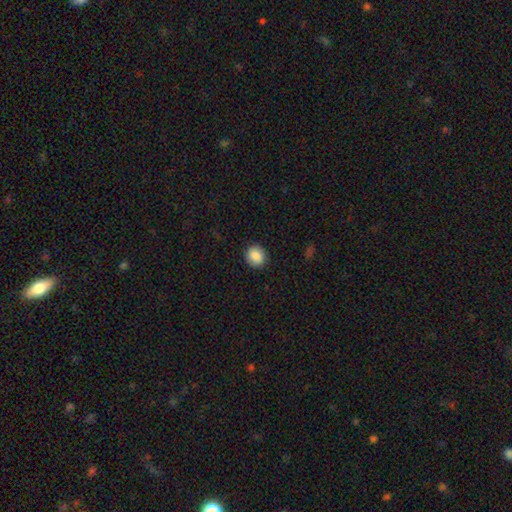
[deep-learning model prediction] smooth-or-featured: smooth: 85% | star or artifact: 8% | featured or disk: 6%
  how-rounded: round: 82% | in between: 17% | cigar-shaped: 1%
  merging: none: 91% | minor disturbance: 6% | major disturbance: 2% | merger: 1%